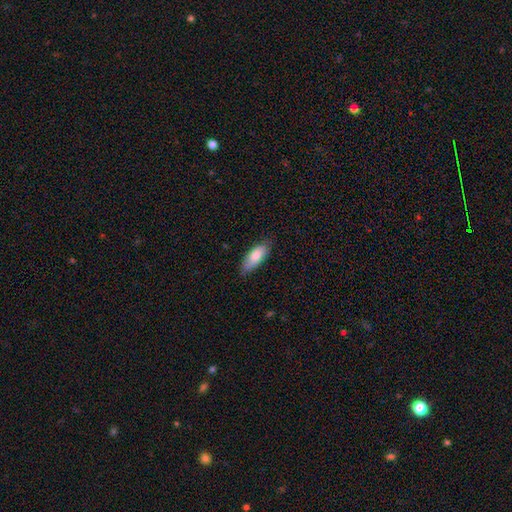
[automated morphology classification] Q: Smooth or featured?
A: smooth (80%); runner-up: featured or disk (14%)
Q: How rounded?
A: in between (78%); runner-up: cigar-shaped (20%)
Q: Merging?
A: none (75%); runner-up: minor disturbance (20%)